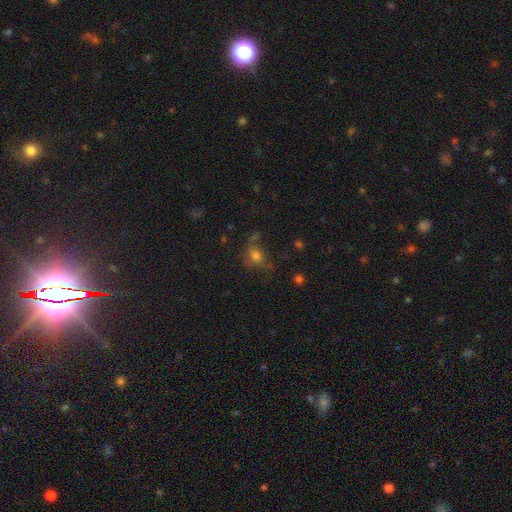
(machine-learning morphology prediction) The model was most divided on "how rounded" (2-way tie): in between: 49%, round: 49%, cigar-shaped: 2%. Remaining: smooth or featured — smooth (68%); merging — none (48%).